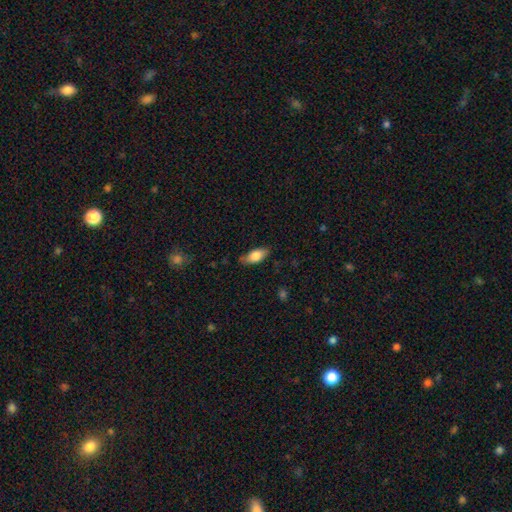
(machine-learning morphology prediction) Smooth or featured? smooth (79%)
How rounded? in between (86%)
Merging? none (78%)